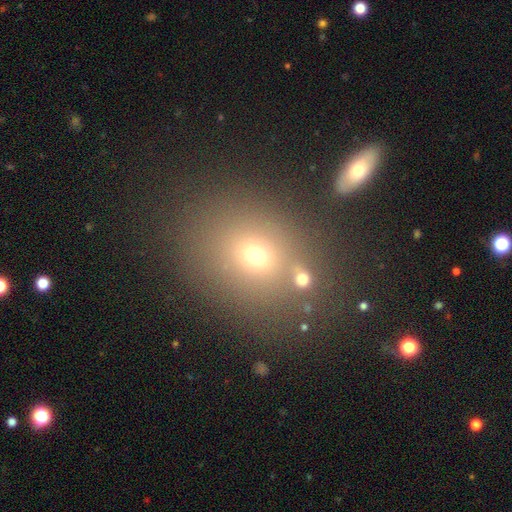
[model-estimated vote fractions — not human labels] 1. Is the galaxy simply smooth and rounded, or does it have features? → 65% smooth, 22% star or artifact, 14% featured or disk.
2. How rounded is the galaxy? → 54% round, 44% in between, 1% cigar-shaped.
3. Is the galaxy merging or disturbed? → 75% none, 11% minor disturbance, 10% merger, 5% major disturbance.